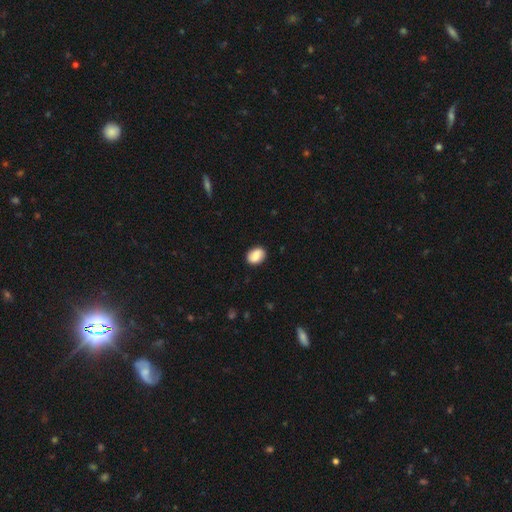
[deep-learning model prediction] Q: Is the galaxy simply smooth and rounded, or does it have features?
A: smooth — 86%.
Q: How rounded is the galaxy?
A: in between — 72%.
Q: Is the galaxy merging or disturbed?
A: none — 87%.